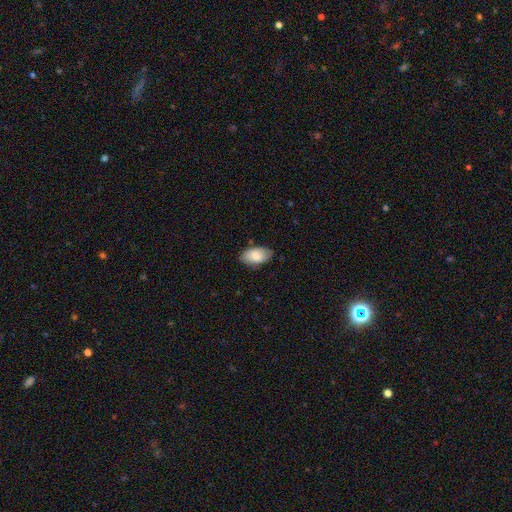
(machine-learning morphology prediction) The model was most divided on "merging": none: 80%, minor disturbance: 16%, major disturbance: 3%, merger: 1%. More confident: how rounded — in between (95%); smooth or featured — smooth (83%).